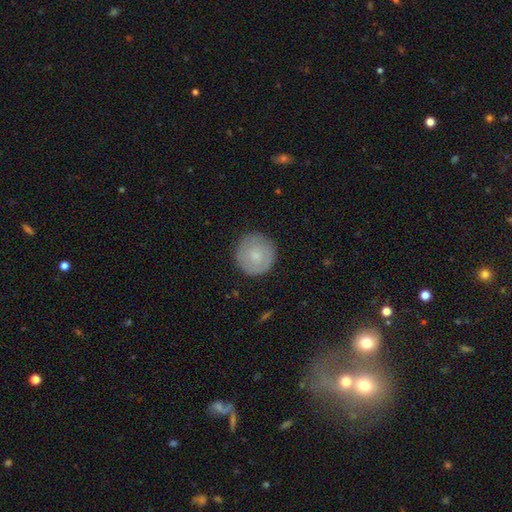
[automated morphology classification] This appears to be a smooth galaxy with no disk features (73%) that is round (95%). Merging: none (88%).